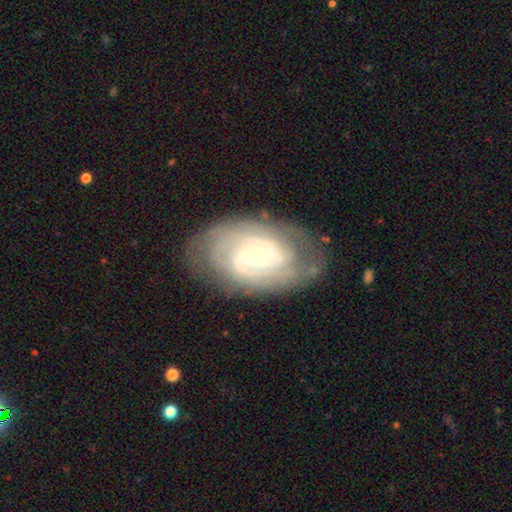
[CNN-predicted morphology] A featured or disk galaxy (88%) with a weak bar (44%), 2 (52%) tight (64%) spiral arms (97%) and a small central bulge (65%). Merging: none (75%).